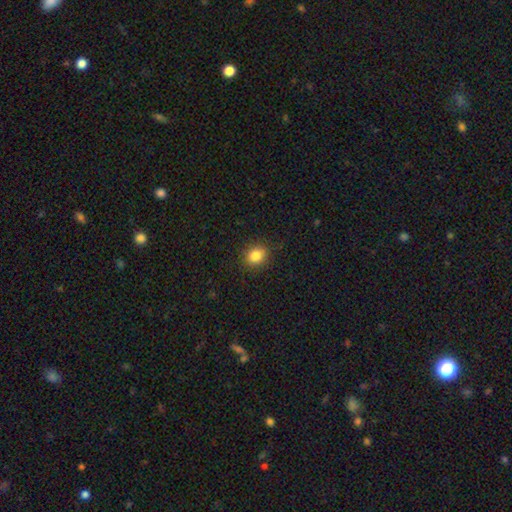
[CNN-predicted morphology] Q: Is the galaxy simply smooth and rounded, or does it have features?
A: smooth — 84%.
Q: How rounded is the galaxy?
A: round — 66%.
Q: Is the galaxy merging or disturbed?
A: none — 89%.